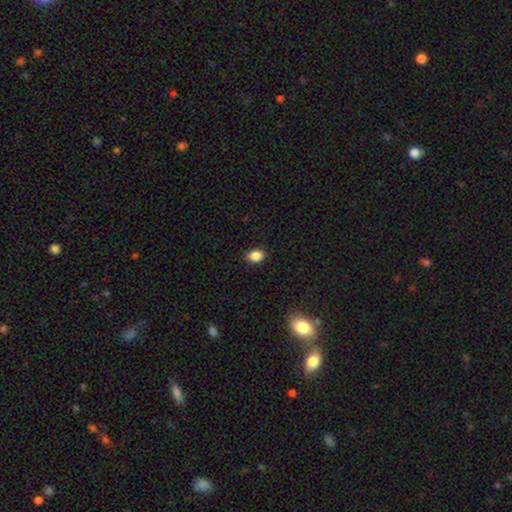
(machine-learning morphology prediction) Overall: smooth (87%). How rounded: in between (67%; round 32%). Merging: none (88%).